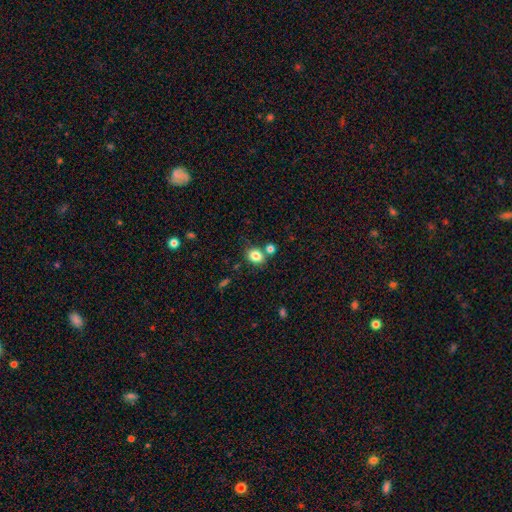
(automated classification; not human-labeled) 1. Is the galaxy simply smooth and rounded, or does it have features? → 82% smooth, 11% star or artifact, 8% featured or disk.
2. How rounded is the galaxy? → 52% in between, 47% round, 1% cigar-shaped.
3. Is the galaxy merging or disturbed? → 68% none, 15% merger, 13% minor disturbance, 4% major disturbance.